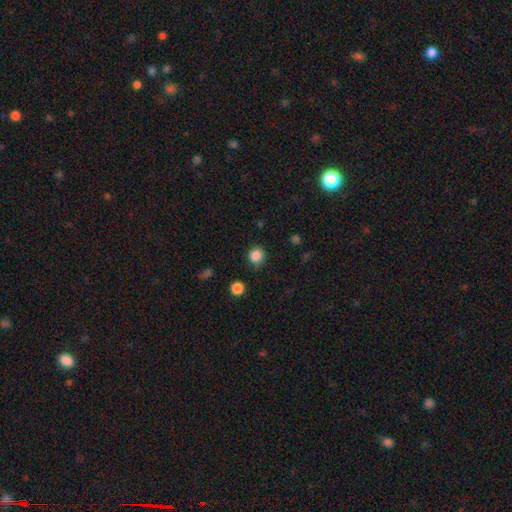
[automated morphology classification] Smooth or featured? Predicted: smooth (p=0.85). How rounded? Predicted: round (p=0.89). Merging? Predicted: none (p=0.84).